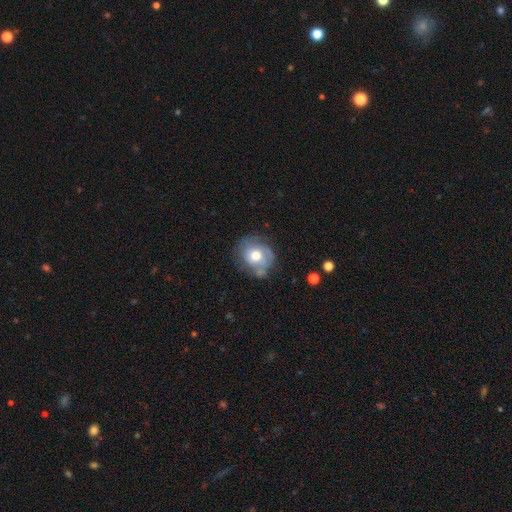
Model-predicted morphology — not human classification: Smooth or featured? Predicted: smooth (p=0.57). How rounded? Predicted: round (p=0.71). Merging? Predicted: none (p=0.56).